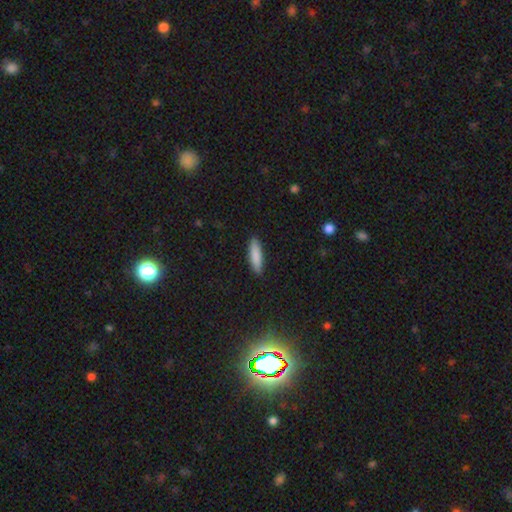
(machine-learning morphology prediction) A smooth galaxy with no disk features (87%) that is cigar-shaped (61%). Merging: none (89%).